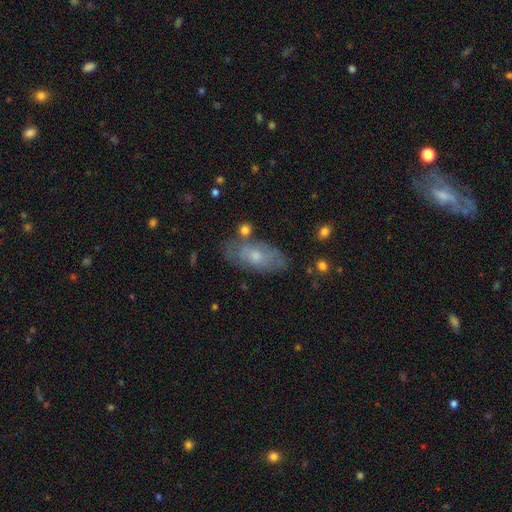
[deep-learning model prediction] smooth_or_featured: smooth (p=0.54) [alt: featured or disk p=0.39]
how_rounded: in between (p=0.87) [alt: cigar-shaped p=0.09]
merging: none (p=0.66) [alt: minor disturbance p=0.21]